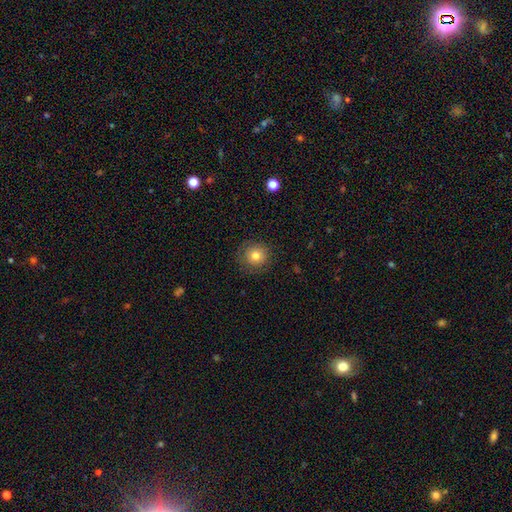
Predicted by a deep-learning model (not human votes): Smooth or featured? Predicted: smooth (p=0.78). How rounded? Predicted: round (p=0.93). Merging? Predicted: none (p=0.86).